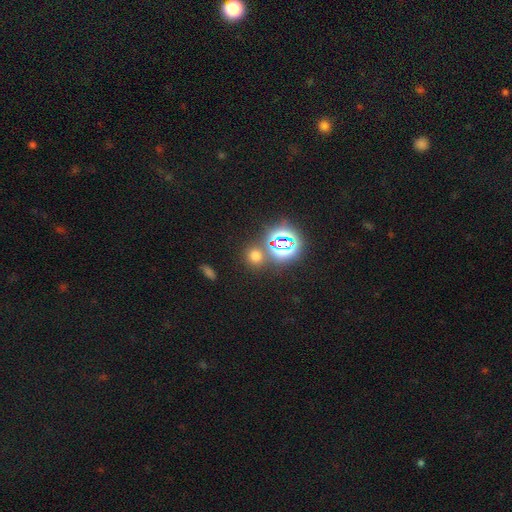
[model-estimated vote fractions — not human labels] The model was most divided on "smooth or featured": smooth: 57%, star or artifact: 36%, featured or disk: 7%. More confident: how rounded — round (85%); merging — none (78%).